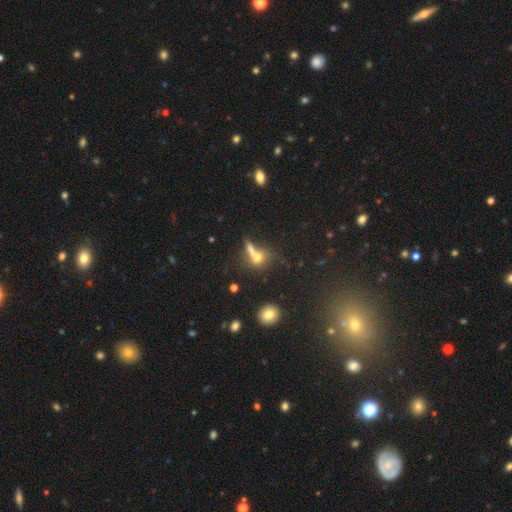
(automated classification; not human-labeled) Q: Smooth or featured?
A: smooth (61%); runner-up: featured or disk (20%)
Q: How rounded?
A: round (50%); runner-up: in between (31%)
Q: Merging?
A: none (44%); runner-up: merger (34%)